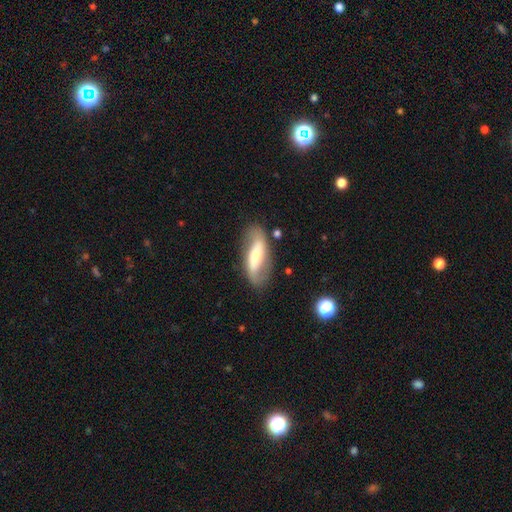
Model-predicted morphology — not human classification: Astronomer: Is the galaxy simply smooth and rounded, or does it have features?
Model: featured or disk — 59% (runner-up: smooth, 35%).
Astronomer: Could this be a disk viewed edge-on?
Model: no — 84%.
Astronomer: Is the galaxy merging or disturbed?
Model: none — 73%.